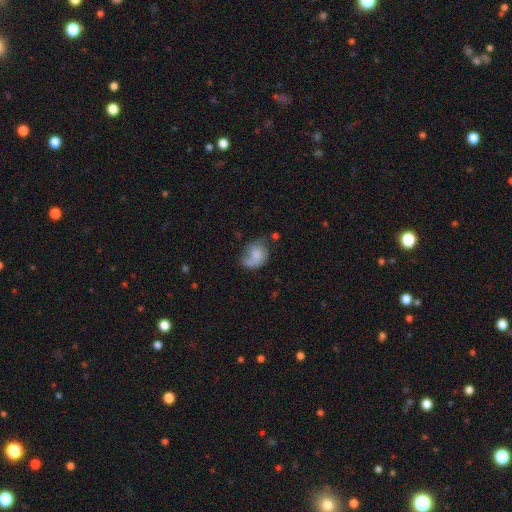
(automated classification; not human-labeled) The model was most divided on "how rounded": in between: 51%, round: 48%, cigar-shaped: 1%. Remaining: smooth or featured — smooth (54%); merging — none (38%).